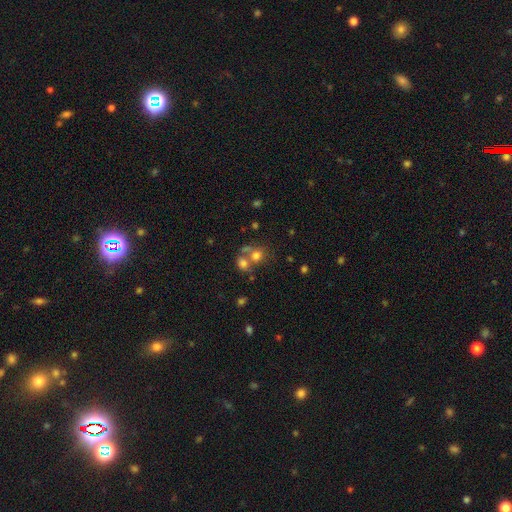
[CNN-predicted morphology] A smooth galaxy with no disk features (70%) that is round (76%). Merging: merger (46%).